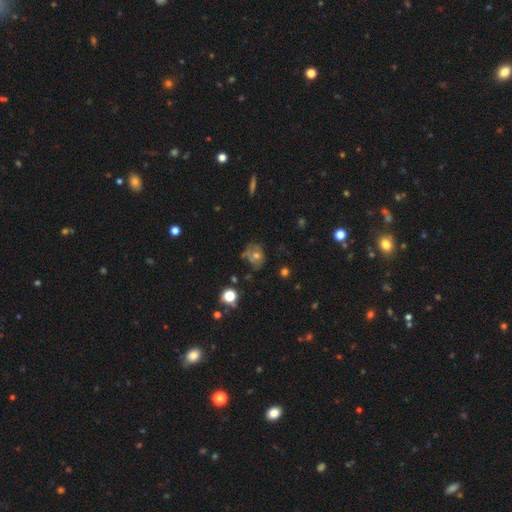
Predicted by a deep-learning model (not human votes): smooth_or_featured: smooth (p=0.47) [alt: featured or disk p=0.35]
merging: none (p=0.52) [alt: minor disturbance p=0.26]